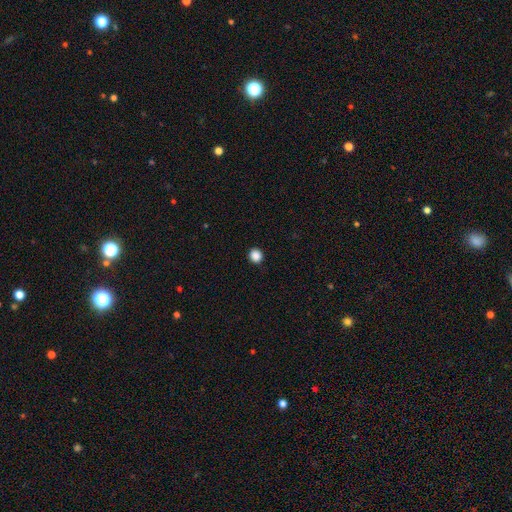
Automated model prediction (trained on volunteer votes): A smooth galaxy with no disk features (88%) that is round (88%). Merging: none (92%).